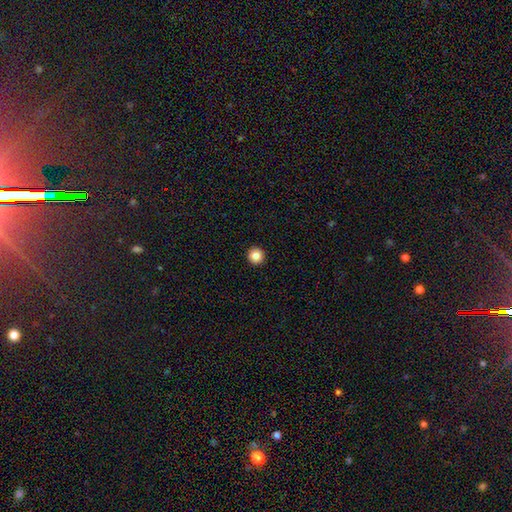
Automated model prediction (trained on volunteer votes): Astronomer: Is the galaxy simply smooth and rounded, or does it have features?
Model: smooth — 85%.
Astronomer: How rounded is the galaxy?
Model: round — 96%.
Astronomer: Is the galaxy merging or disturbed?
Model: none — 94%.